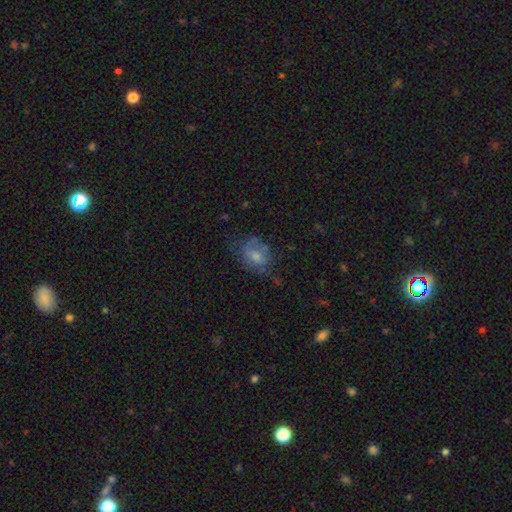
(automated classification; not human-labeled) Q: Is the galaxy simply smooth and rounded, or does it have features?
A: smooth — 45%.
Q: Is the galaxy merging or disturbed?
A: none — 55%.